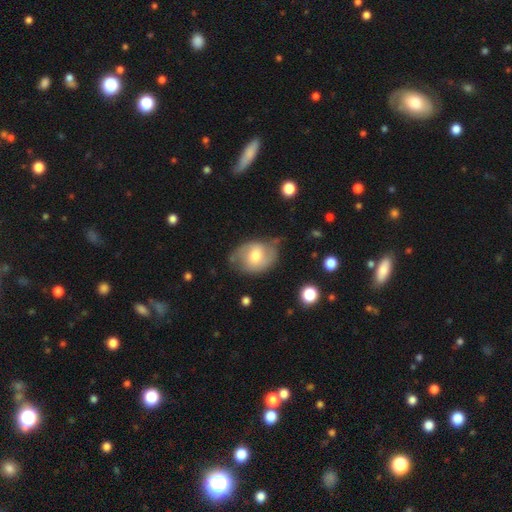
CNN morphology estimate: Smooth or featured?
  - featured or disk: 50% *
  - smooth: 43%
  - star or artifact: 7%
Edge-on disk?
  - no: 95% *
  - yes: 5%
Merging?
  - none: 54% *
  - minor disturbance: 31%
  - major disturbance: 12%
  - merger: 3%